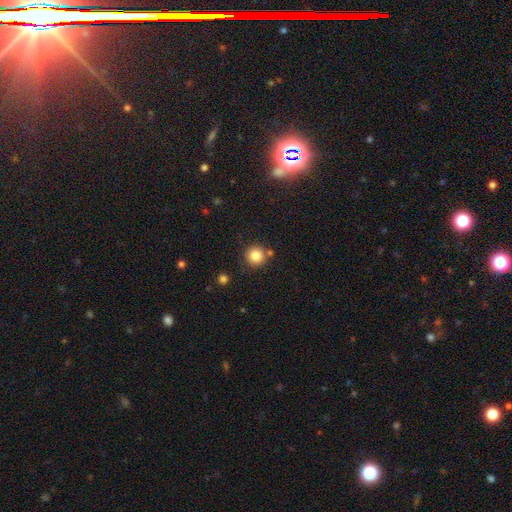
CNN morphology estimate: type=smooth (84%); roundness=round (94%); merging=none (82%).